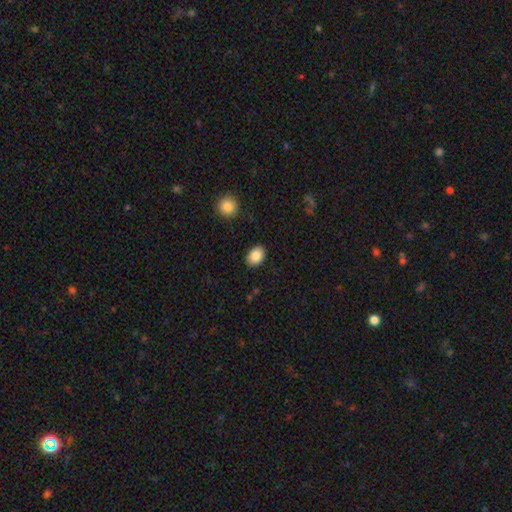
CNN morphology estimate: smooth 87%, star or artifact 8%, featured or disk 5%. Down the decision tree: how rounded — in between (77%); merging — none (88%).